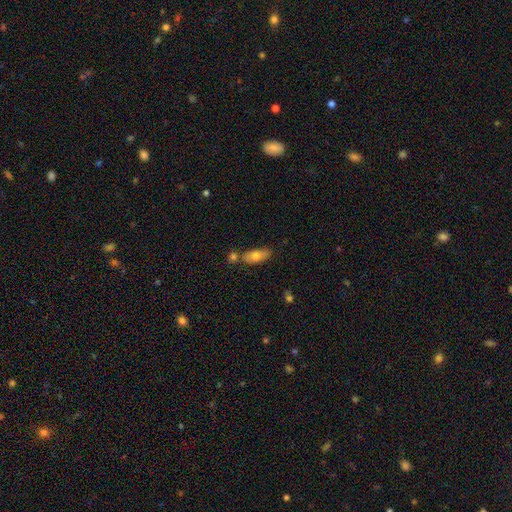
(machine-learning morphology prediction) This is likely a smooth galaxy (74%). How rounded: likely in between (78%). Merging: likely none (68%).